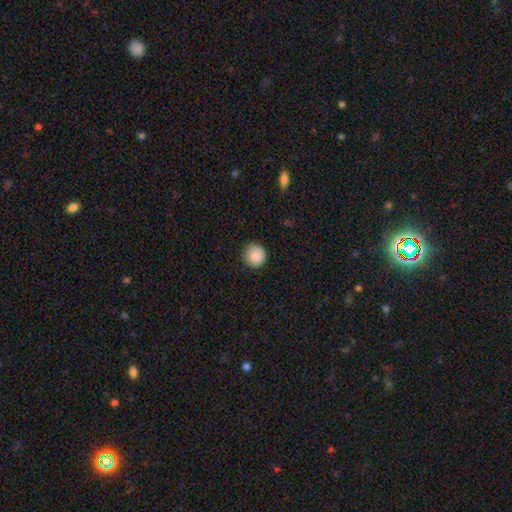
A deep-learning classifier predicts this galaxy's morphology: Smooth or featured: smooth — 87% (star or artifact — 8%)
How rounded: round — 95% (in between — 4%)
Merging: none — 91% (minor disturbance — 7%)